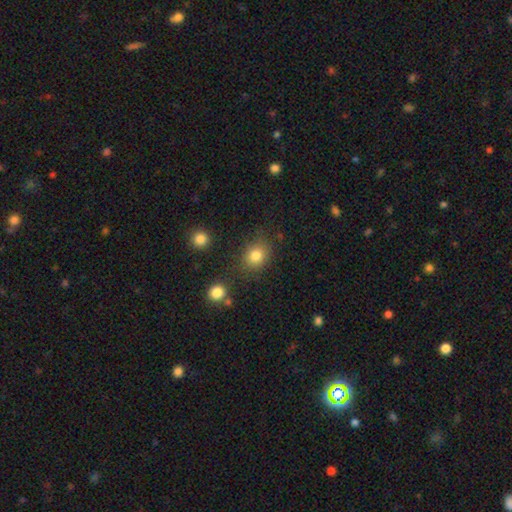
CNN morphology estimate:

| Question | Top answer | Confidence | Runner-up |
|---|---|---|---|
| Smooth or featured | smooth | 82% | star or artifact (12%) |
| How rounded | round | 66% | in between (33%) |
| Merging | none | 76% | minor disturbance (13%) |